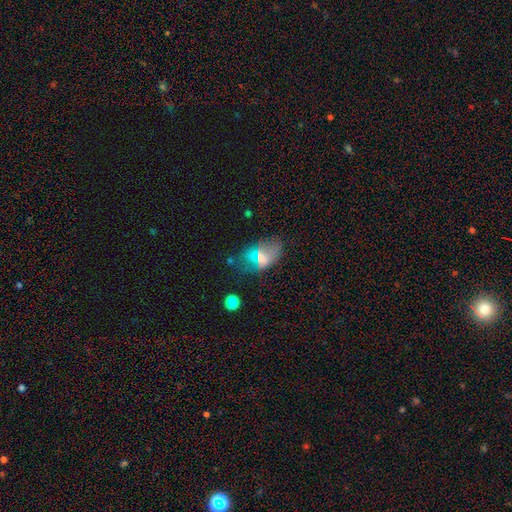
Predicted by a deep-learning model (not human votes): This appears to be a smooth galaxy with no disk features (52%) that is in between round and cigar-shaped (85%). Merging: none (48%).